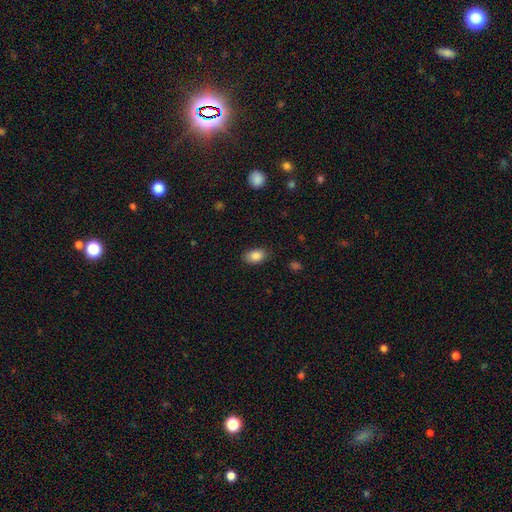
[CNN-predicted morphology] Smooth or featured: smooth — 86% (star or artifact — 8%)
How rounded: in between — 88% (round — 10%)
Merging: none — 81% (minor disturbance — 15%)